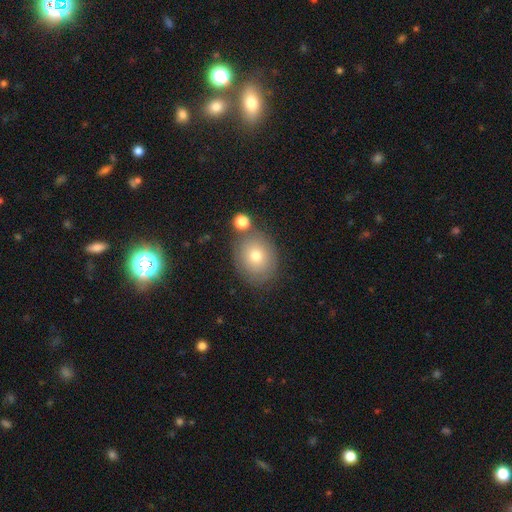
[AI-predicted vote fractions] This appears to be a smooth galaxy with no disk features (70%) that is round (58%). Merging: none (71%).